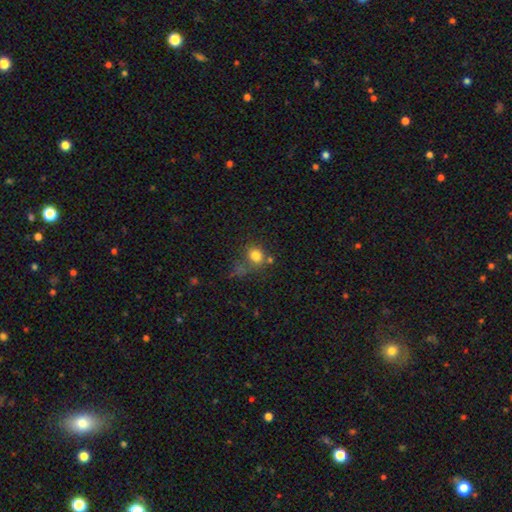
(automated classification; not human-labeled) smooth_or_featured: smooth (p=0.79) [alt: star or artifact p=0.13]
how_rounded: round (p=0.76) [alt: in between p=0.23]
merging: none (p=0.59) [alt: minor disturbance p=0.16]